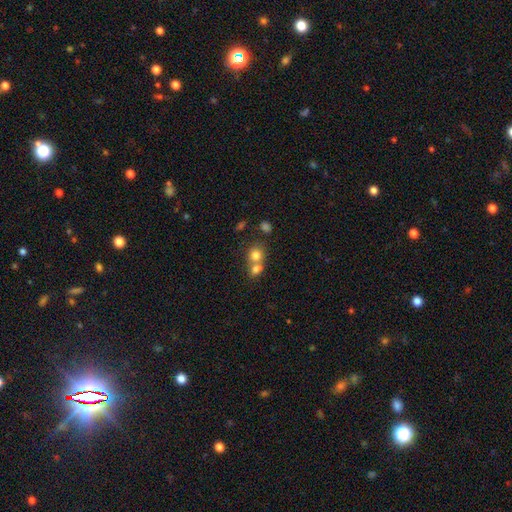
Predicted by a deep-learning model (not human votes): A smooth galaxy with no disk features (76%) that is round (76%). Merging: merger (57%).